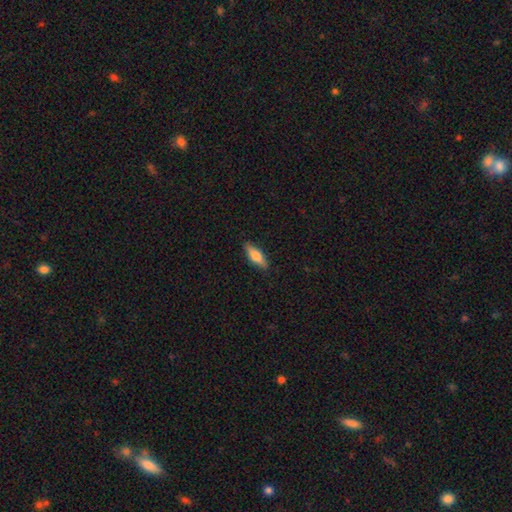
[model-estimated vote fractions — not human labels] Smooth or featured?
  - smooth: 69% *
  - featured or disk: 25%
  - star or artifact: 6%
How rounded?
  - in between: 55% *
  - cigar-shaped: 43%
  - round: 2%
Merging?
  - none: 88% *
  - minor disturbance: 9%
  - major disturbance: 2%
  - merger: 1%